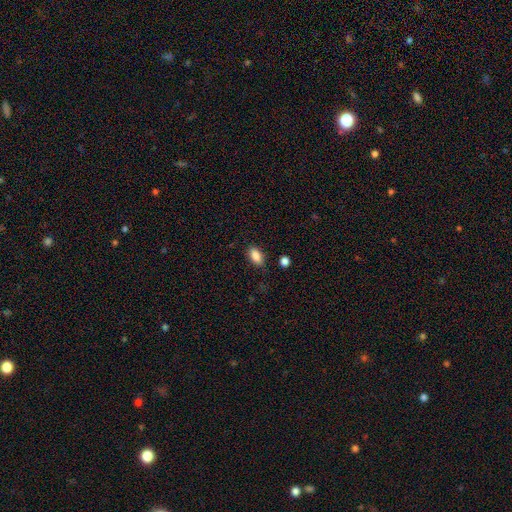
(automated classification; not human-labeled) This appears to be a smooth galaxy with no disk features (87%) that is in between round and cigar-shaped (89%). Merging: none (83%).